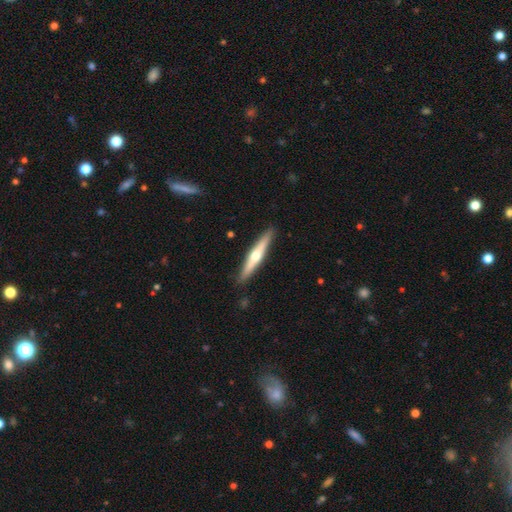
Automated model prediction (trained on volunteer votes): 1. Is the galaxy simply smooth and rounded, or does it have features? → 60% featured or disk, 35% smooth, 5% star or artifact.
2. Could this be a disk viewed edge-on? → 96% yes, 4% no.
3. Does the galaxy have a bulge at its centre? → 91% rounded, 6% none, 3% boxy.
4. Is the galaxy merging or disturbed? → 91% none, 7% minor disturbance, 1% major disturbance, 1% merger.